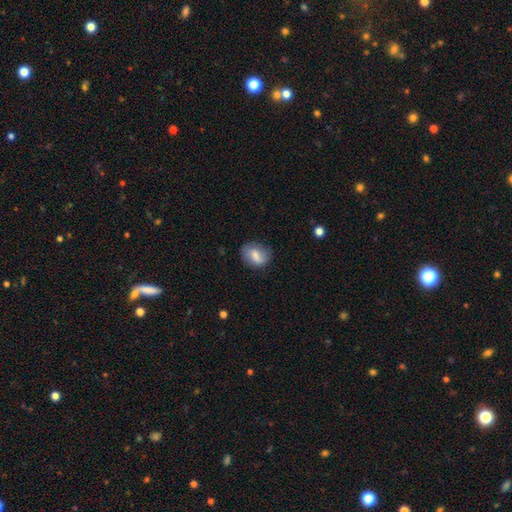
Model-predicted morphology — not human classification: smooth_or_featured: smooth (p=0.70) [alt: featured or disk p=0.22]
how_rounded: in between (p=0.66) [alt: round p=0.32]
merging: none (p=0.71) [alt: minor disturbance p=0.21]